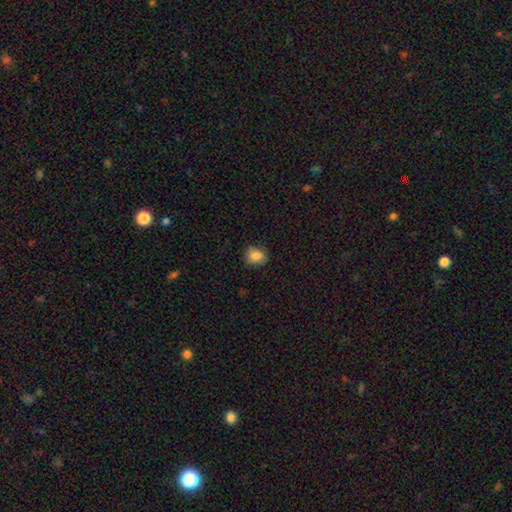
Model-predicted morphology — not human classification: A smooth galaxy with no disk features (86%) that is round (64%). Merging: none (85%).